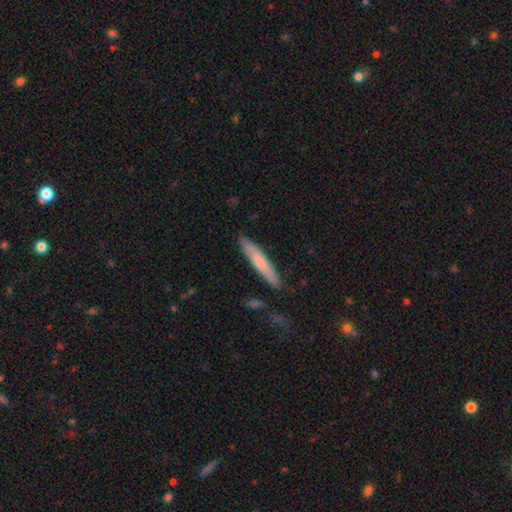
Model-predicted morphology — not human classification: Overall: smooth (60%; featured or disk 34%). How rounded: cigar-shaped (92%). Merging: none (87%).